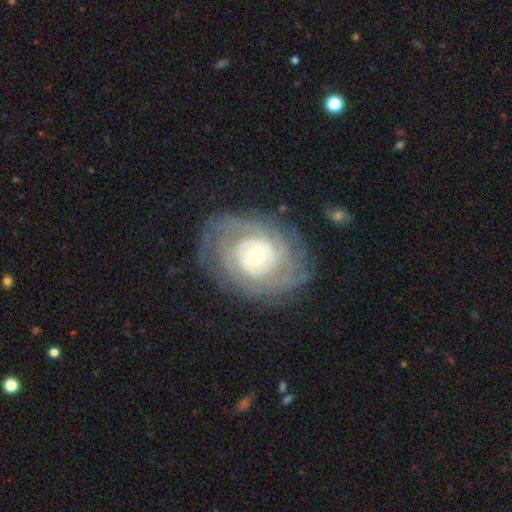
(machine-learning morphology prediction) This appears to be a featured or disk galaxy (84%) with no bar (69%), tight (79%) spiral arms (87%) and a moderate central bulge (56%). Merging: none (76%).